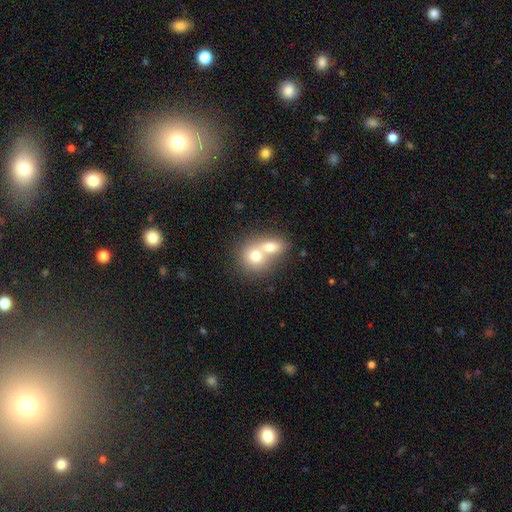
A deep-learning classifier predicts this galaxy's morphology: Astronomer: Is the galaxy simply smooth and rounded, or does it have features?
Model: smooth — 70%.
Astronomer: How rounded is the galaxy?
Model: round — 67%.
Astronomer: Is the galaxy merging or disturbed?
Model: merger — 71%.